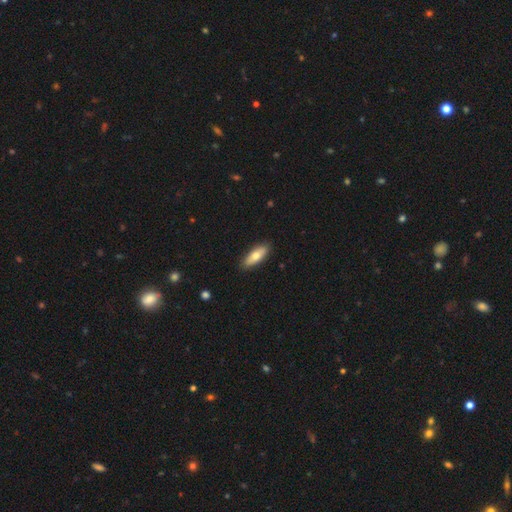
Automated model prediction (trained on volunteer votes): Smooth or featured?
  - smooth: 70% *
  - featured or disk: 24%
  - star or artifact: 6%
How rounded?
  - in between: 63% *
  - cigar-shaped: 35%
  - round: 2%
Merging?
  - none: 88% *
  - minor disturbance: 9%
  - major disturbance: 2%
  - merger: 1%